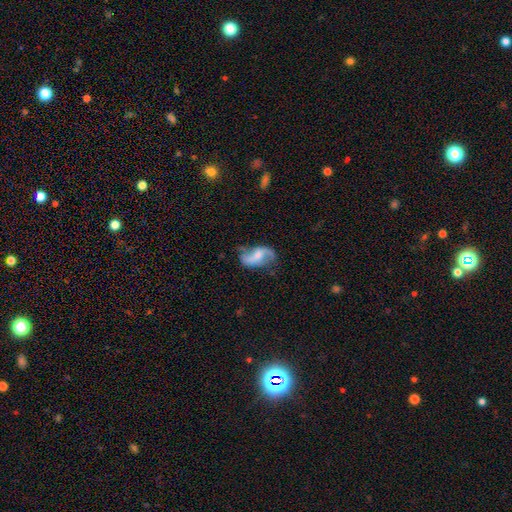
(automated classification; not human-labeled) A featured or disk galaxy (75%) with a weak bar (44%), 2 (90%) loose (75%) spiral arms (91%) and a moderate central bulge (42%).

Vote fractions:
- Smooth or featured? featured or disk: 75% / smooth: 19% / star or artifact: 7%
- Edge-on disk? no: 96% / yes: 4%
- Bar? weak: 44% / no: 35% / strong: 21%
- Spiral arms? yes: 91% / no: 9%
- Spiral winding? loose: 75% / medium: 20% / tight: 5%
- Spiral arm count? 2: 90% / can't tell: 4% / 1: 3% / 3: 1% / 4: 1% / more than 4: 1%
- Bulge size? moderate: 42% / small: 35% / none: 15% / large: 7% / dominant: 2%
- Merging? none: 61% / minor disturbance: 24% / major disturbance: 12% / merger: 3%